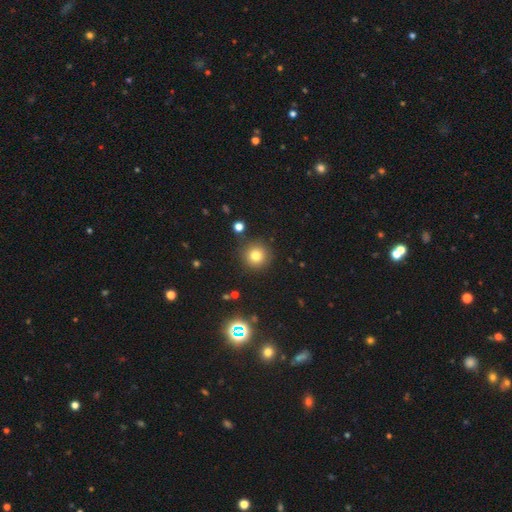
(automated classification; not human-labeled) Smooth or featured?
  - smooth: 77% *
  - star or artifact: 15%
  - featured or disk: 7%
How rounded?
  - round: 95% *
  - in between: 4%
  - cigar-shaped: 1%
Merging?
  - none: 88% *
  - minor disturbance: 7%
  - major disturbance: 3%
  - merger: 2%